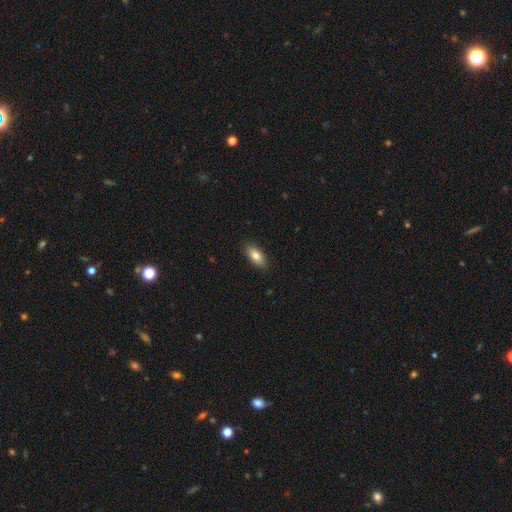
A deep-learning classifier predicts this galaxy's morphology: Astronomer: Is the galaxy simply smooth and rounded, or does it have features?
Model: smooth — 80%.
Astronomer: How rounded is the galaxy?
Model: in between — 86%.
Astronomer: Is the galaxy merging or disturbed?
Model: none — 88%.